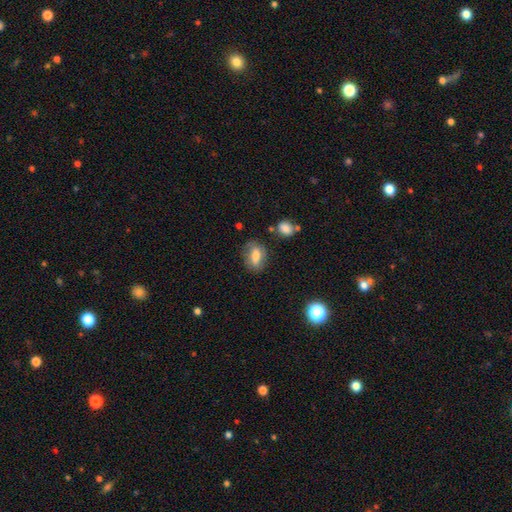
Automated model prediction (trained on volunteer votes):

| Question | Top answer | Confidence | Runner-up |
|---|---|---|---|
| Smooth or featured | smooth | 69% | featured or disk (22%) |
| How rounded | in between | 75% | round (19%) |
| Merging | none | 70% | minor disturbance (20%) |